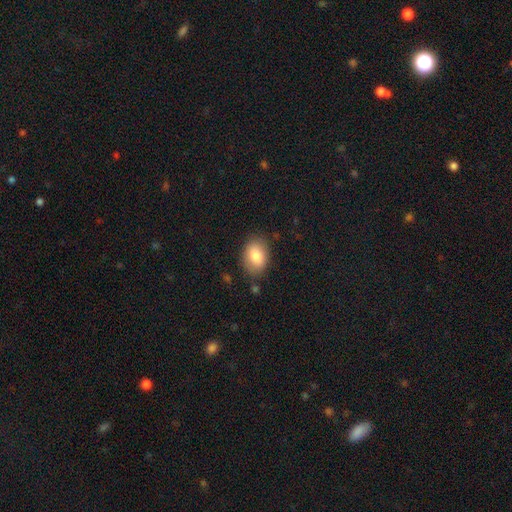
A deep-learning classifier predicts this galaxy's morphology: Smooth or featured? smooth (83%)
How rounded? in between (78%)
Merging? none (80%)